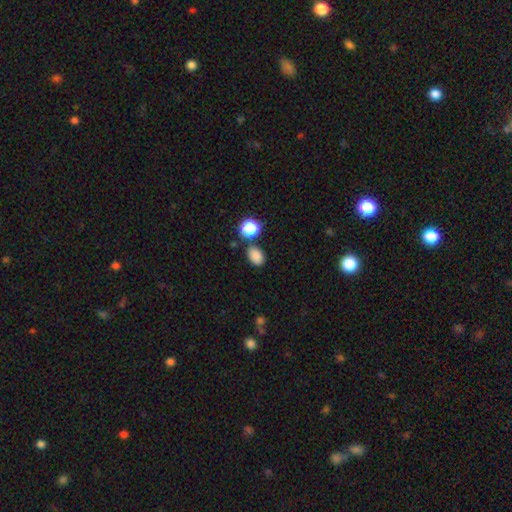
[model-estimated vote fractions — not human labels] Smooth or featured?
  - smooth: 84% *
  - star or artifact: 12%
  - featured or disk: 5%
How rounded?
  - in between: 76% *
  - round: 23%
  - cigar-shaped: 1%
Merging?
  - none: 76% *
  - minor disturbance: 12%
  - merger: 9%
  - major disturbance: 3%